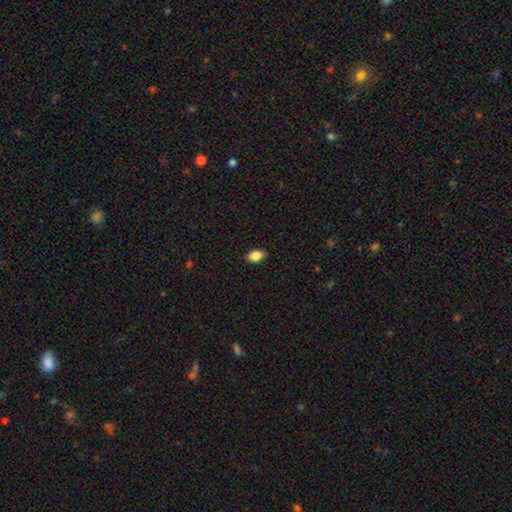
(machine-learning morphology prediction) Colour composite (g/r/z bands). It shows a smooth galaxy with no disk features (87%) that is in between round and cigar-shaped (84%). Merging: none (88%).